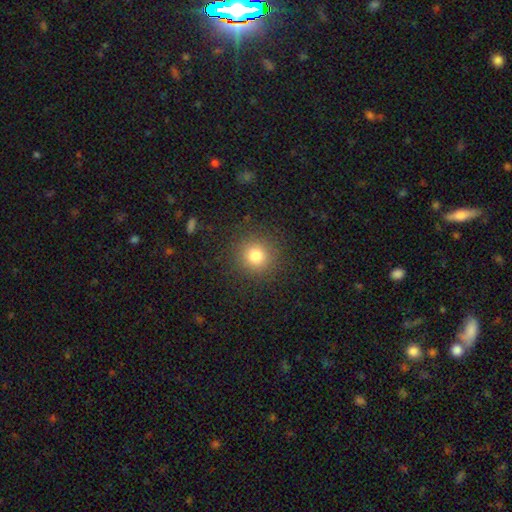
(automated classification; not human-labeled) Smooth or featured? smooth (79%)
How rounded? round (93%)
Merging? none (89%)